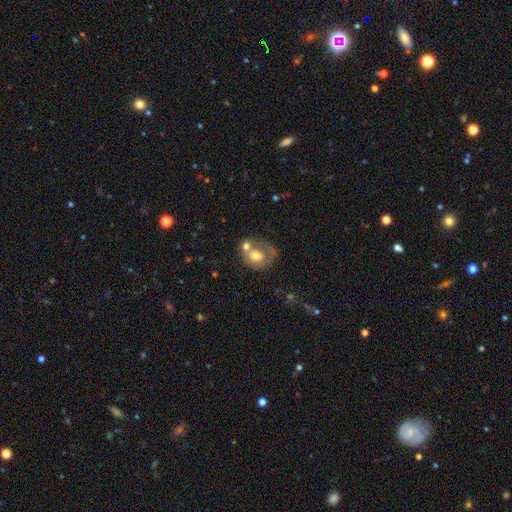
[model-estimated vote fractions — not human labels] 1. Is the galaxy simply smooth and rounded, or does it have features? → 53% smooth, 38% featured or disk, 8% star or artifact.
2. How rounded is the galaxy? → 62% round, 37% in between, 1% cigar-shaped.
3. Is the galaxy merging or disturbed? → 42% merger, 31% none, 15% minor disturbance, 12% major disturbance.